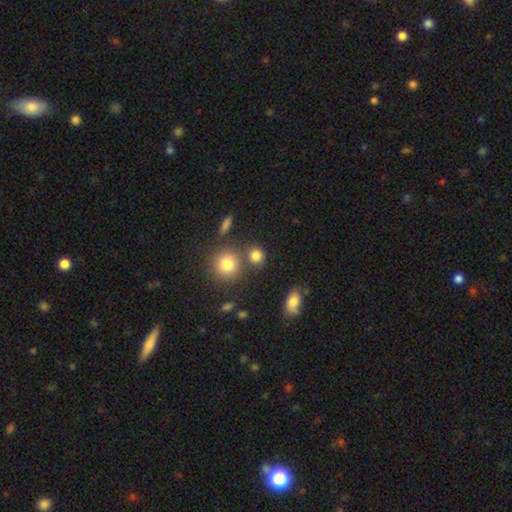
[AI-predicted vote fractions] This is clearly a smooth galaxy (81%). How rounded: likely round (77%). Merging: likely none (68%).